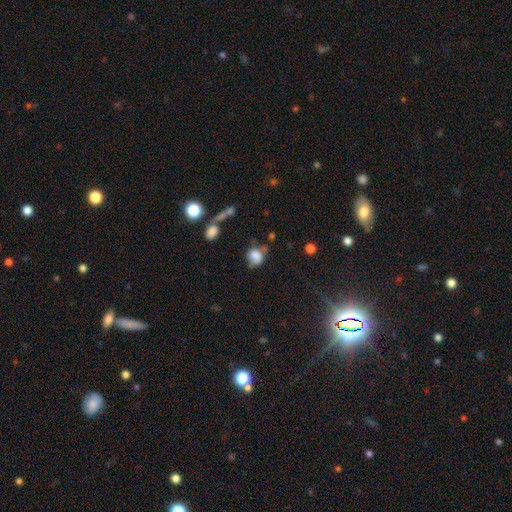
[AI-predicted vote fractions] smooth-or-featured: smooth: 75% | featured or disk: 14% | star or artifact: 11%
  how-rounded: round: 55% | in between: 44% | cigar-shaped: 1%
  merging: none: 42% | minor disturbance: 29% | major disturbance: 16% | merger: 13%